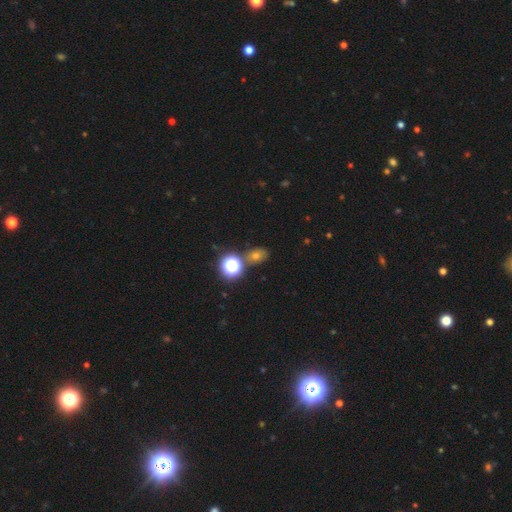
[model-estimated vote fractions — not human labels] Smooth or featured: smooth — 49% (star or artifact — 40%)
Merging: none — 76% (minor disturbance — 11%)